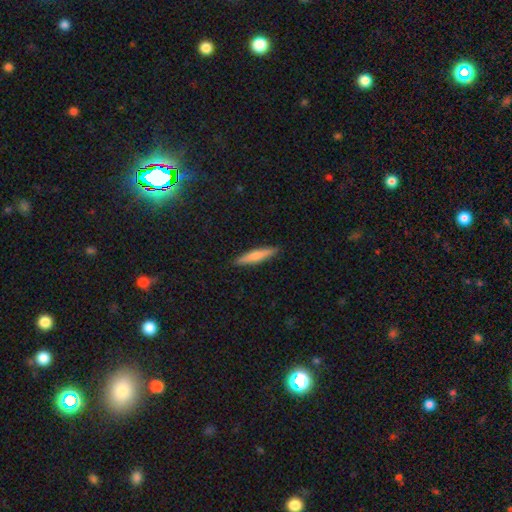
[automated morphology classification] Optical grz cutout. It shows a smooth galaxy with no disk features (64%) that is cigar-shaped (89%). Merging: none (91%).